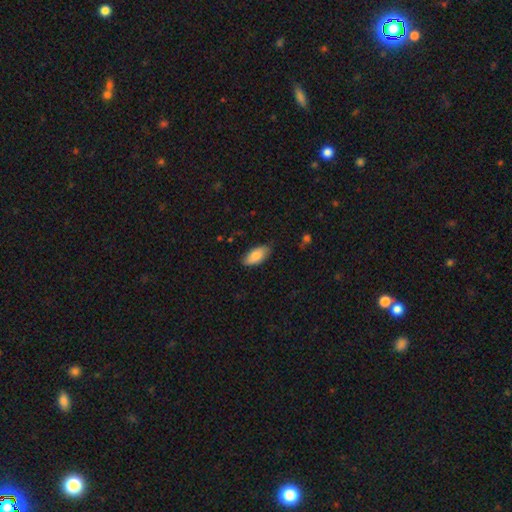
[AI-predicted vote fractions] This appears to be a smooth galaxy with no disk features (85%) that is in between round and cigar-shaped (90%). Merging: none (80%).